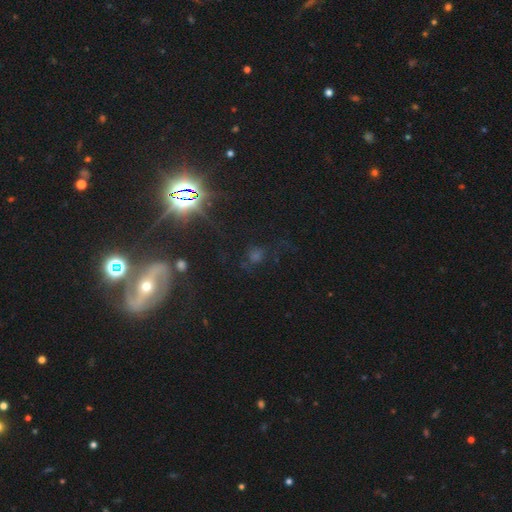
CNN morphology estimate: smooth-or-featured: star or artifact: 49% | featured or disk: 31% | smooth: 20%